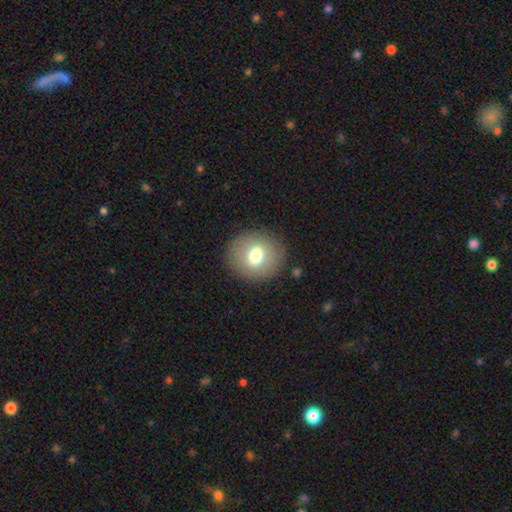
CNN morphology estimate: Smooth or featured? Predicted: smooth (p=0.73). How rounded? Predicted: round (p=0.79). Merging? Predicted: none (p=0.88).